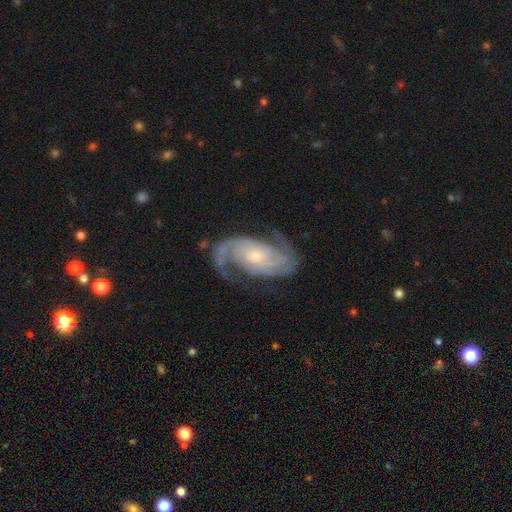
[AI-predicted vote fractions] The model was most divided on "spiral winding": medium: 48%, tight: 31%, loose: 21%. More confident: spiral arms — yes (98%); edge-on disk — no (97%); smooth or featured — featured or disk (91%); spiral arm count — 2 (86%); merging — none (72%); bar — no (61%); bulge size — small (59%).